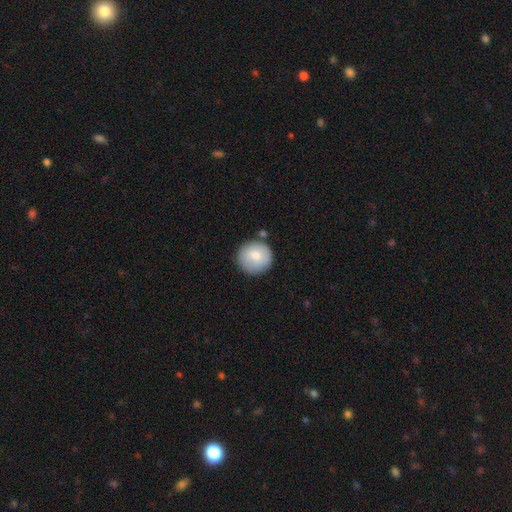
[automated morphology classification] Smooth or featured?
  - smooth: 77% *
  - featured or disk: 17%
  - star or artifact: 7%
How rounded?
  - round: 95% *
  - in between: 4%
  - cigar-shaped: 1%
Merging?
  - none: 80% *
  - minor disturbance: 12%
  - merger: 6%
  - major disturbance: 3%